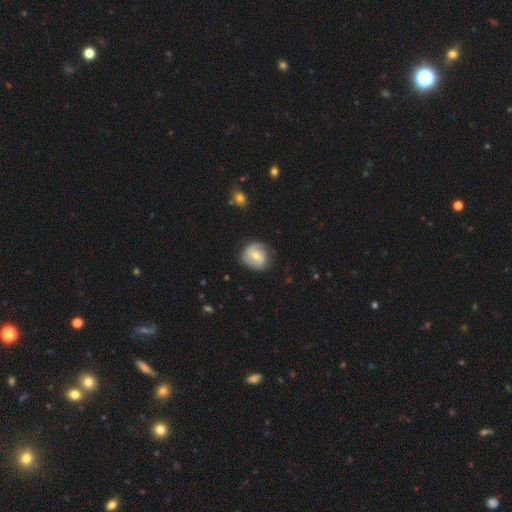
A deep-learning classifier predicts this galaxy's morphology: This appears to be a featured or disk galaxy (50%). Merging: none (75%).